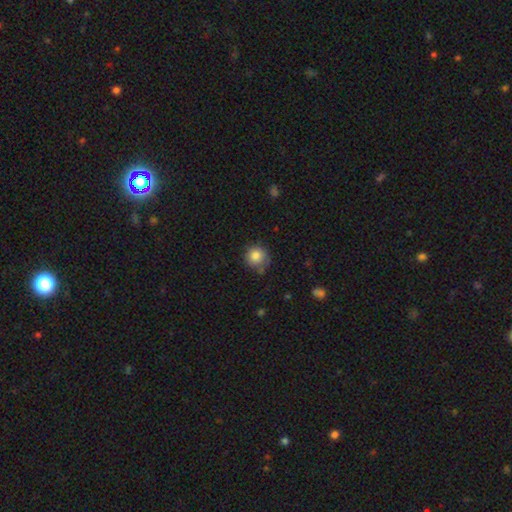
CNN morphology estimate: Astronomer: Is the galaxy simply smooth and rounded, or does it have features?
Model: smooth — 83%.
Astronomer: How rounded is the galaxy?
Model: round — 93%.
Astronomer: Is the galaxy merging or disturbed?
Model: none — 74%.